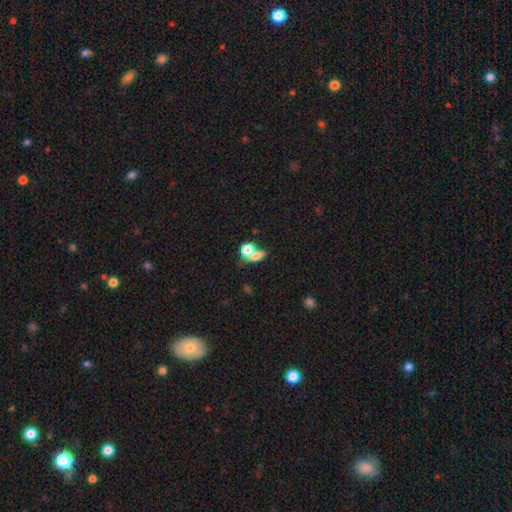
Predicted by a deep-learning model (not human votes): This appears to be a smooth galaxy with no disk features (72%) that is in between round and cigar-shaped (60%). Merging: merger (54%).